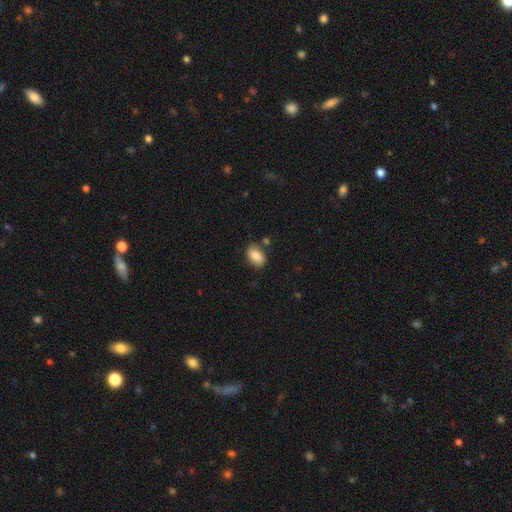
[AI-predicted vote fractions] This appears to be a smooth galaxy with no disk features (83%) that is in between round and cigar-shaped (87%). Merging: none (77%).